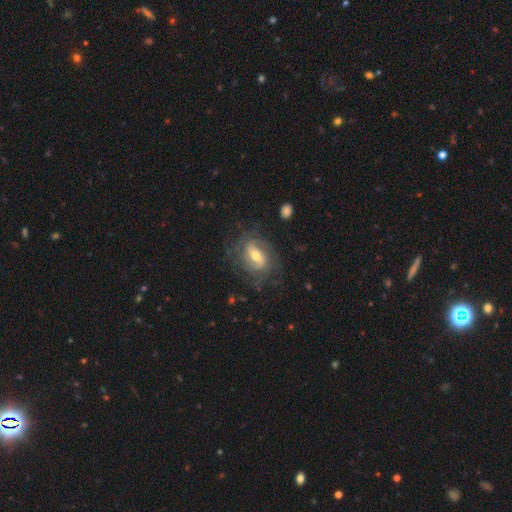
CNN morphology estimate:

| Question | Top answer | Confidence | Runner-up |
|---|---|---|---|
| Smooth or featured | featured or disk | 77% | smooth (16%) |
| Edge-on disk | no | 94% | yes (6%) |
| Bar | weak | 45% | strong (31%) |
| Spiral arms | yes | 87% | no (13%) |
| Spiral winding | tight | 45% | medium (37%) |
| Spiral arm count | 2 | 39% | can't tell (36%) |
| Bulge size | moderate | 61% | small (31%) |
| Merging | none | 70% | minor disturbance (18%) |